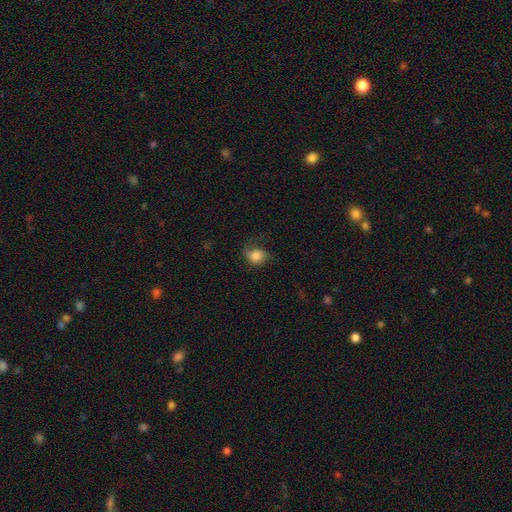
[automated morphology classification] Smooth or featured: smooth — 74% (featured or disk — 17%)
How rounded: round — 57% (in between — 42%)
Merging: none — 45% (minor disturbance — 28%)